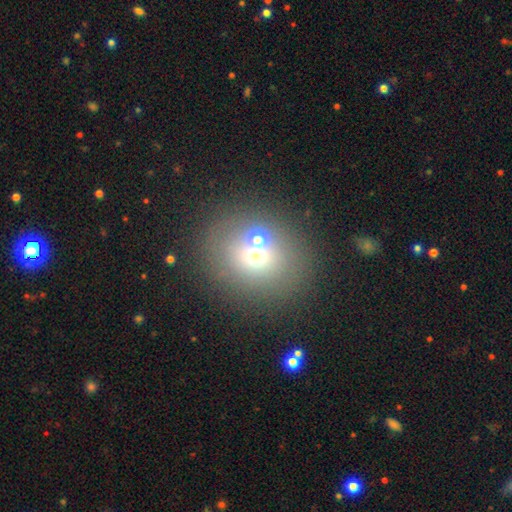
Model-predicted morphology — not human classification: This appears to be a smooth galaxy with no disk features (63%) that is round (74%). Merging: none (61%).